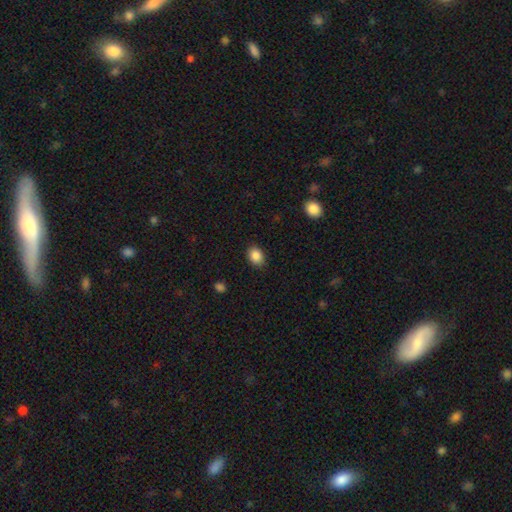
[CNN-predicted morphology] A smooth galaxy with no disk features (87%) that is in between round and cigar-shaped (63%). Merging: none (87%).